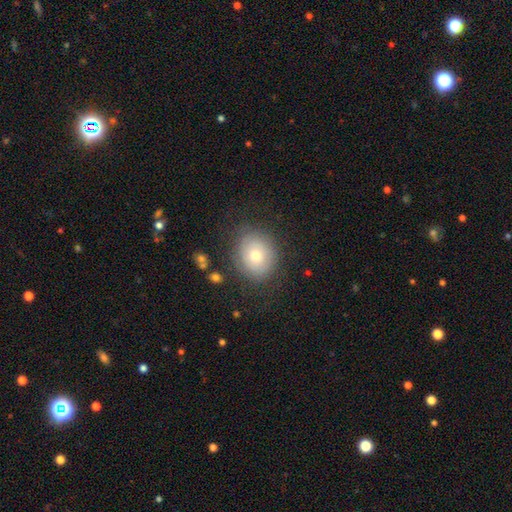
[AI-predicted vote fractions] Smooth or featured?
  - smooth: 58% *
  - featured or disk: 31%
  - star or artifact: 11%
How rounded?
  - round: 73% *
  - in between: 27%
  - cigar-shaped: 1%
Merging?
  - none: 79% *
  - minor disturbance: 13%
  - major disturbance: 6%
  - merger: 2%